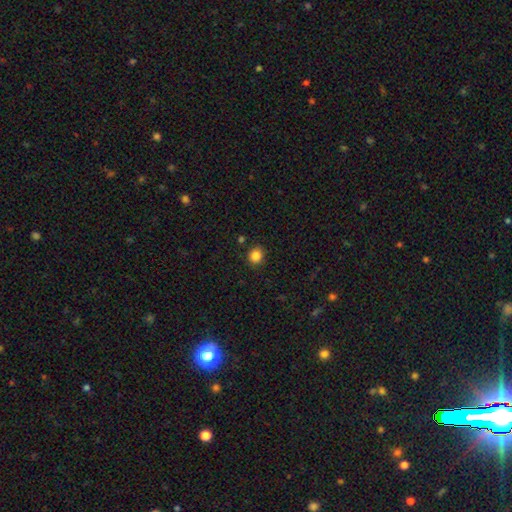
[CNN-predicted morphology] Smooth or featured: smooth — 85% (star or artifact — 11%)
How rounded: round — 81% (in between — 18%)
Merging: none — 88% (minor disturbance — 7%)